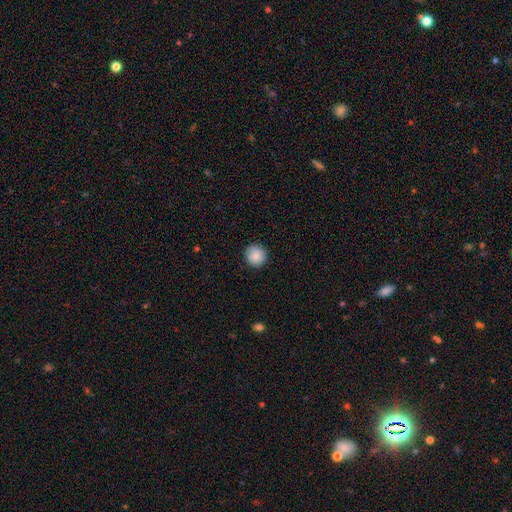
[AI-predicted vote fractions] Q: Smooth or featured?
A: smooth (87%); runner-up: star or artifact (8%)
Q: How rounded?
A: round (94%); runner-up: in between (5%)
Q: Merging?
A: none (90%); runner-up: minor disturbance (7%)